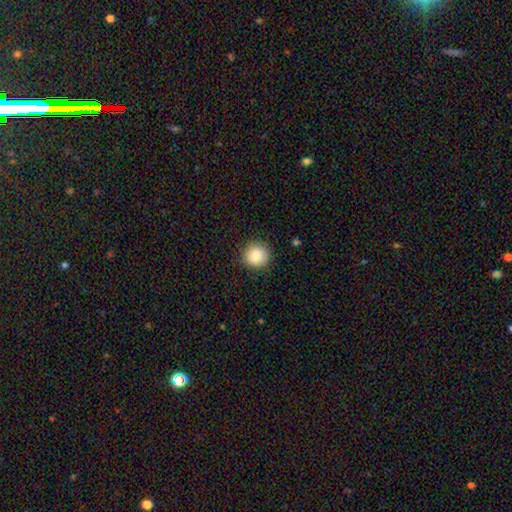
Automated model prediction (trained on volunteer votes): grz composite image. It shows a smooth galaxy with no disk features (86%) that is round (91%). Merging: none (88%).